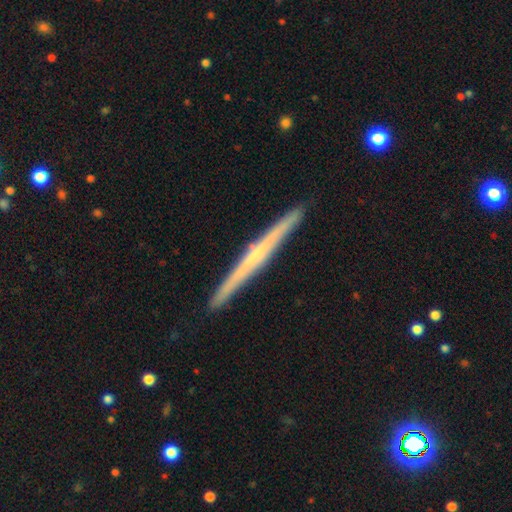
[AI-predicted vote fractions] Smooth or featured: featured or disk — 66% (smooth — 28%)
Edge-on disk: yes — 98% (no — 2%)
Edge-on bulge: none — 66% (rounded — 26%)
Merging: none — 92% (minor disturbance — 5%)